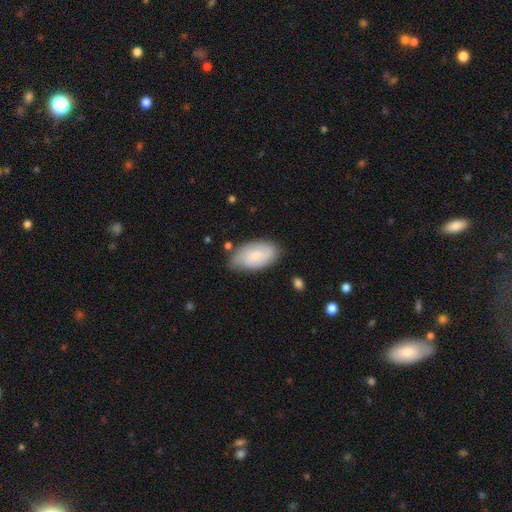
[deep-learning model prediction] This appears to be a smooth galaxy with no disk features (60%) that is in between round and cigar-shaped (94%). Merging: none (69%).